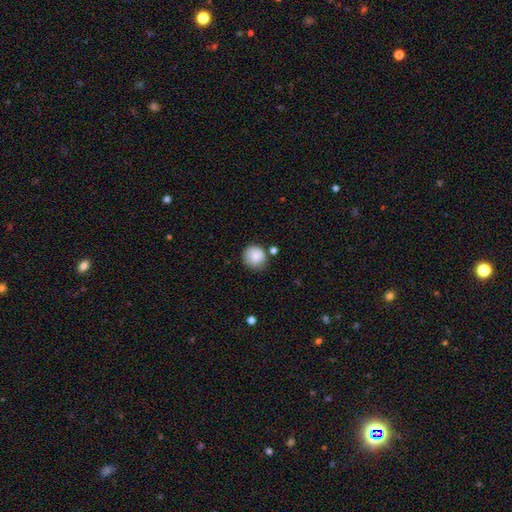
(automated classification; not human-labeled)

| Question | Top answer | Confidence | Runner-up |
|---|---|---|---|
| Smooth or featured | smooth | 87% | star or artifact (8%) |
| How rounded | round | 91% | in between (8%) |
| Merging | none | 74% | minor disturbance (15%) |